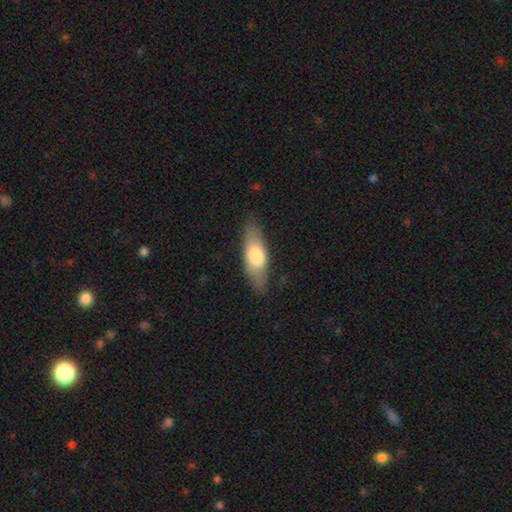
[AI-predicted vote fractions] Smooth or featured?
  - smooth: 70% *
  - featured or disk: 25%
  - star or artifact: 6%
How rounded?
  - in between: 69% *
  - cigar-shaped: 28%
  - round: 3%
Merging?
  - none: 79% *
  - minor disturbance: 16%
  - major disturbance: 4%
  - merger: 1%